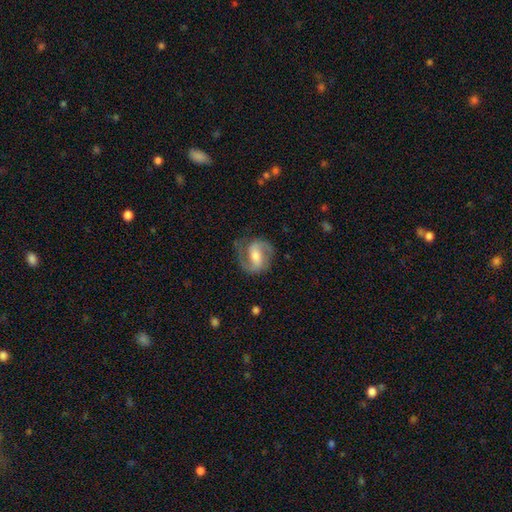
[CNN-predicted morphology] type=featured or disk (83%); edge-on=no (97%); bar=weak (42%); spiral arms=yes (95%); winding=medium (54%); arm count=2 (88%); bulge=moderate (59%); merging=none (75%).